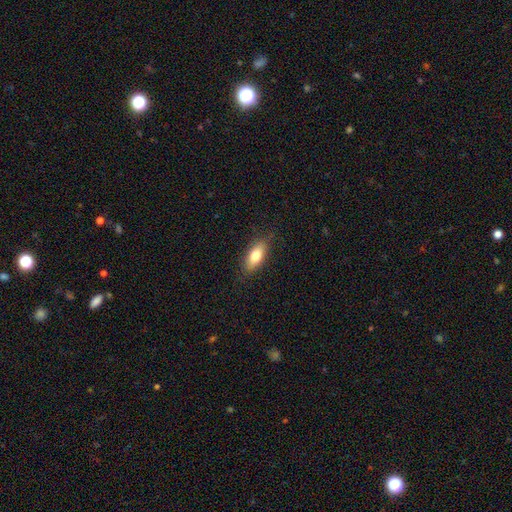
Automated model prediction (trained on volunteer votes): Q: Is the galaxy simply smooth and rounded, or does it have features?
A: smooth — 75%.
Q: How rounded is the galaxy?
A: in between — 80%.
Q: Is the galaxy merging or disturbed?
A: none — 83%.